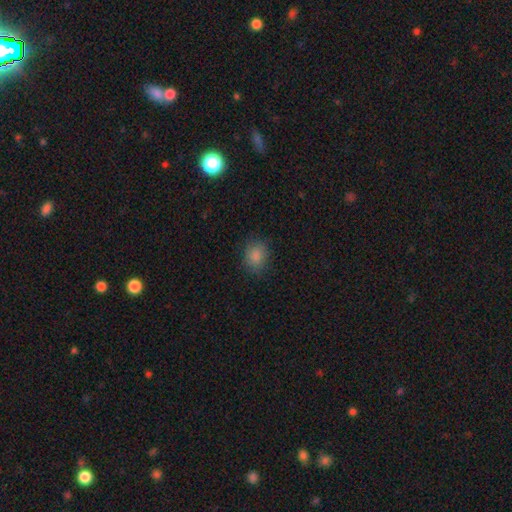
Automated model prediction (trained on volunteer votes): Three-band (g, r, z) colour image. It shows a smooth galaxy with no disk features (86%) that is round (53%). Merging: none (83%).